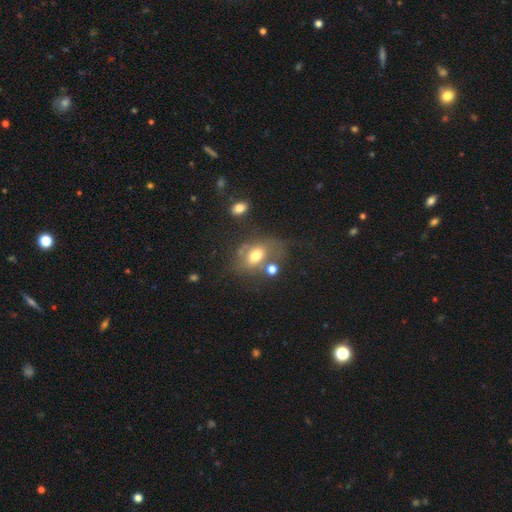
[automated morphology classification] type=smooth (64%); roundness=in between (73%); merging=none (41%).